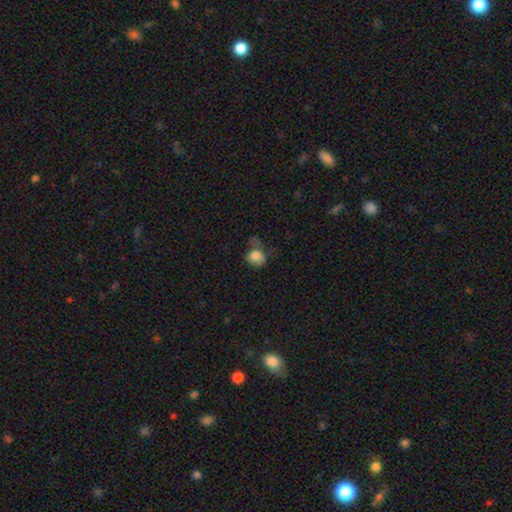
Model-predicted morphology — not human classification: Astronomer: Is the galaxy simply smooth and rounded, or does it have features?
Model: smooth — 79%.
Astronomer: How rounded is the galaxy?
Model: round — 58% (runner-up: in between, 41%).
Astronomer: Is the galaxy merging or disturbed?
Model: none — 34% (runner-up: major disturbance, 29%).